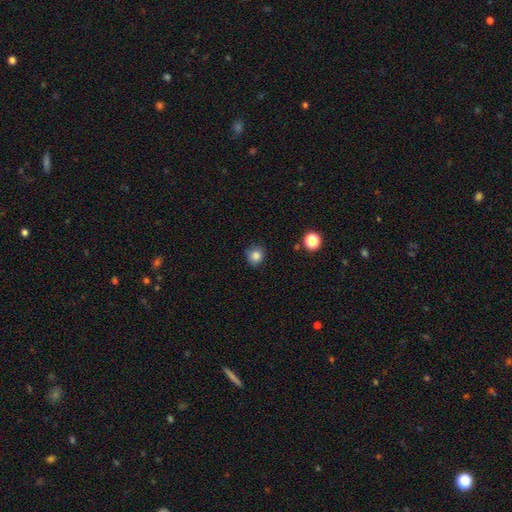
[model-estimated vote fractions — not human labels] Q: Smooth or featured?
A: smooth (84%); runner-up: star or artifact (12%)
Q: How rounded?
A: round (87%); runner-up: in between (12%)
Q: Merging?
A: none (82%); runner-up: minor disturbance (13%)